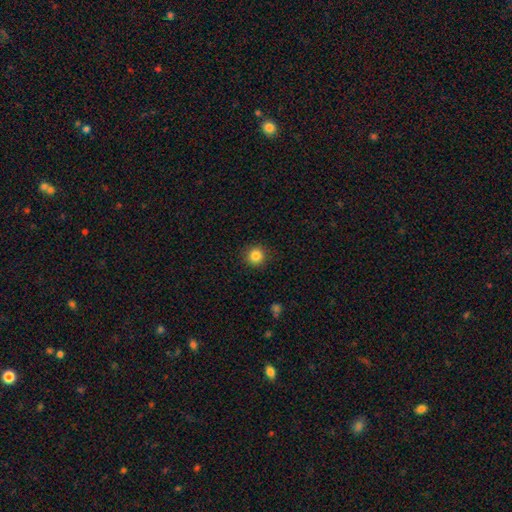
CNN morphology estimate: A smooth galaxy with no disk features (84%) that is round (94%). Merging: none (91%).